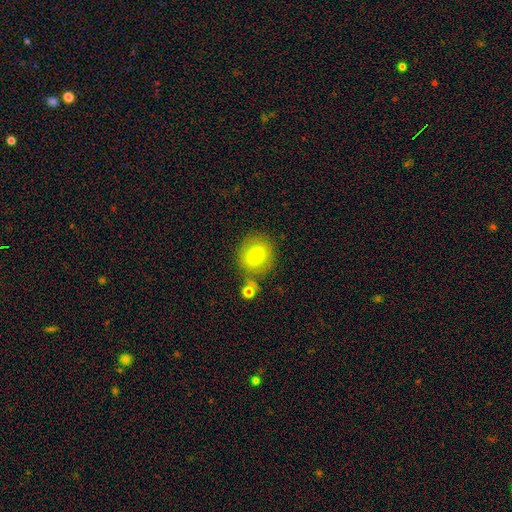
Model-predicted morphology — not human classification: This appears to be a smooth galaxy with no disk features (73%) that is round (67%). Merging: none (68%).